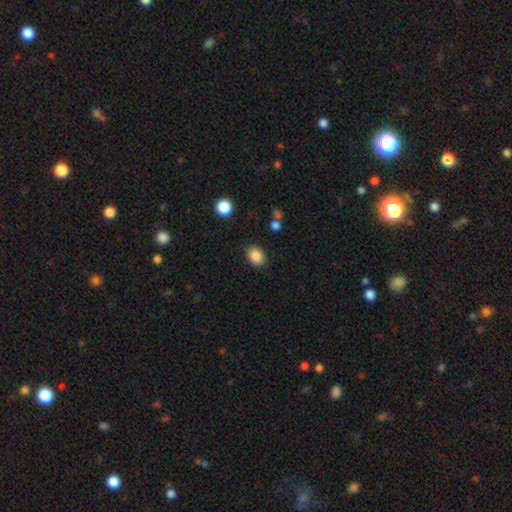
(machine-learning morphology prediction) type=smooth (86%); roundness=in between (67%); merging=none (84%).